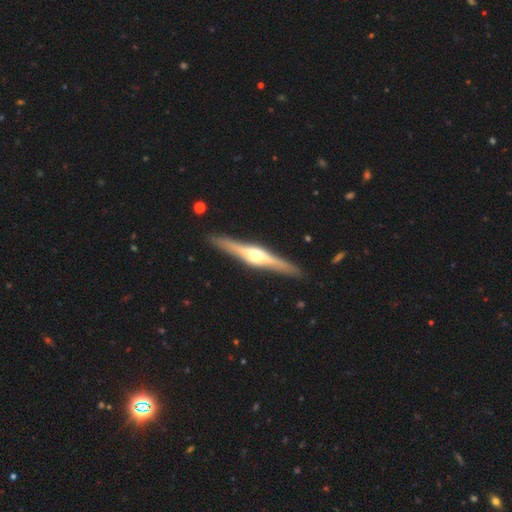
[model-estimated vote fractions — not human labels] This is likely a featured or disk galaxy (79%). It is clearly viewed edge-on (98%). Edge-on bulge: clearly rounded (93%). Merging: clearly none (90%).